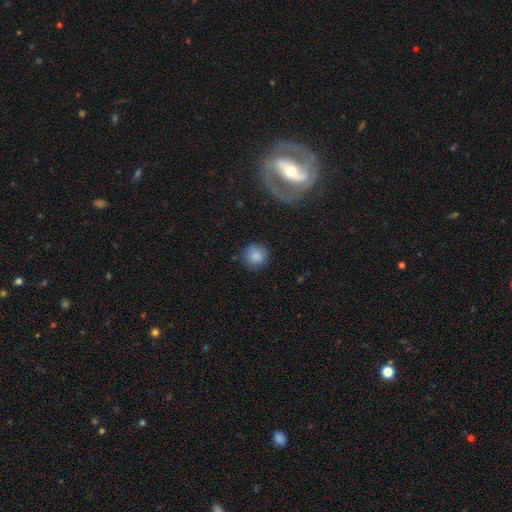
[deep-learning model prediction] A smooth galaxy with no disk features (85%) that is round (92%). Merging: none (81%).